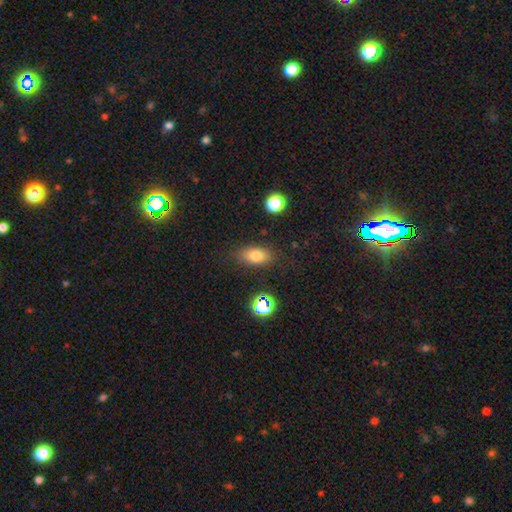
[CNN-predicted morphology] Q: Smooth or featured?
A: smooth (77%); runner-up: star or artifact (12%)
Q: How rounded?
A: in between (84%); runner-up: round (9%)
Q: Merging?
A: none (83%); runner-up: minor disturbance (11%)